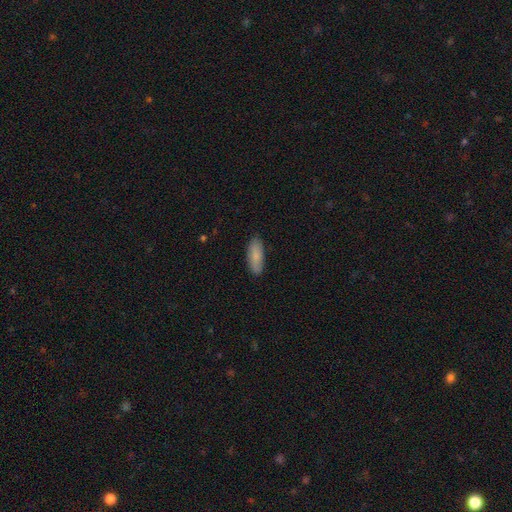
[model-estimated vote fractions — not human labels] smooth 85%, featured or disk 9%, star or artifact 6%. Down the decision tree: how rounded — in between (72%); merging — none (86%).